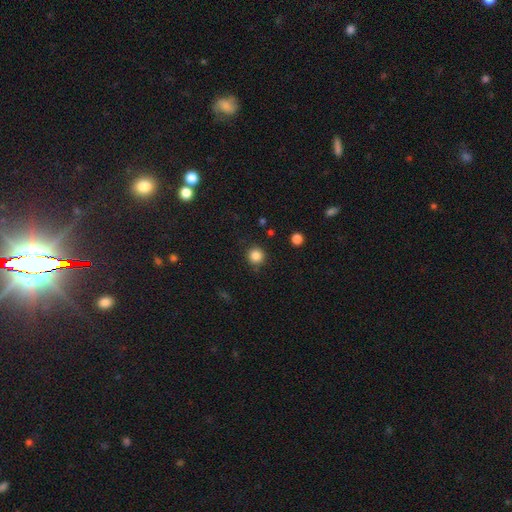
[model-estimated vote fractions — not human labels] A smooth galaxy with no disk features (84%) that is round (94%).

Vote fractions:
- Smooth or featured? smooth: 84% / star or artifact: 12% / featured or disk: 4%
- How rounded? round: 94% / in between: 5% / cigar-shaped: 1%
- Merging? none: 88% / minor disturbance: 8% / major disturbance: 3% / merger: 2%